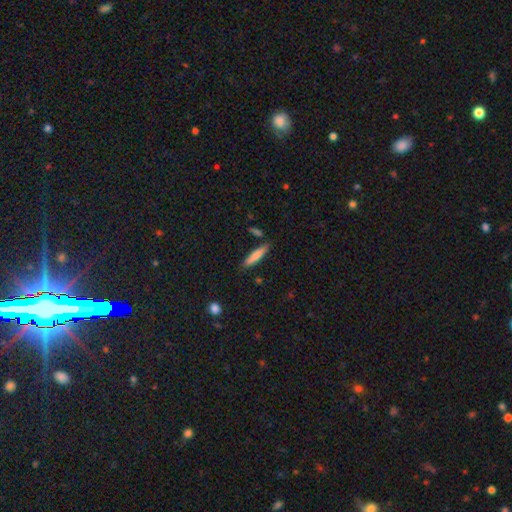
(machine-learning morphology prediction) Q: Smooth or featured?
A: smooth (78%); runner-up: featured or disk (16%)
Q: How rounded?
A: cigar-shaped (84%); runner-up: in between (15%)
Q: Merging?
A: none (83%); runner-up: minor disturbance (11%)